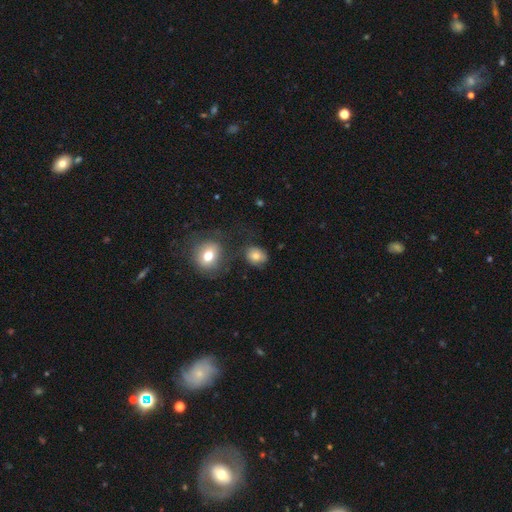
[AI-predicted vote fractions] The model was most divided on "how rounded": round: 57%, in between: 42%, cigar-shaped: 1%. More confident: smooth or featured — smooth (76%); merging — none (62%).